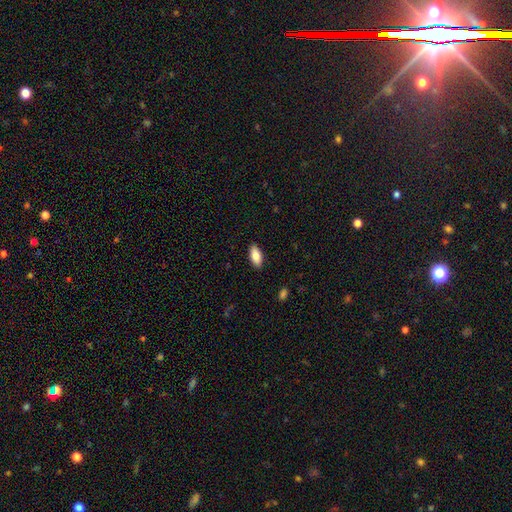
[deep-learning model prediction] Q: Smooth or featured?
A: smooth (82%); runner-up: featured or disk (12%)
Q: How rounded?
A: in between (86%); runner-up: cigar-shaped (11%)
Q: Merging?
A: none (89%); runner-up: minor disturbance (9%)